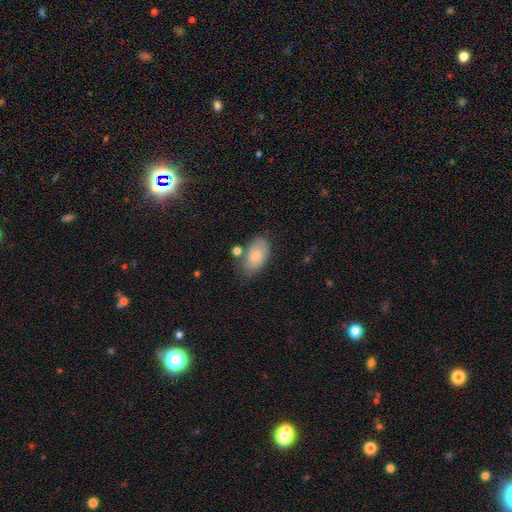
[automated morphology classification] smooth_or_featured: smooth (p=0.74) [alt: featured or disk p=0.19]
how_rounded: in between (p=0.92) [alt: round p=0.06]
merging: none (p=0.57) [alt: minor disturbance p=0.25]